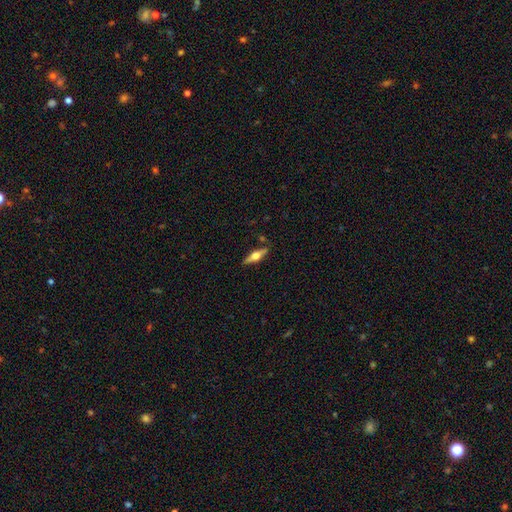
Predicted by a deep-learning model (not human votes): Smooth or featured: featured or disk — 63% (smooth — 31%)
Edge-on disk: yes — 95% (no — 5%)
Edge-on bulge: rounded — 94% (boxy — 4%)
Merging: none — 84% (minor disturbance — 11%)